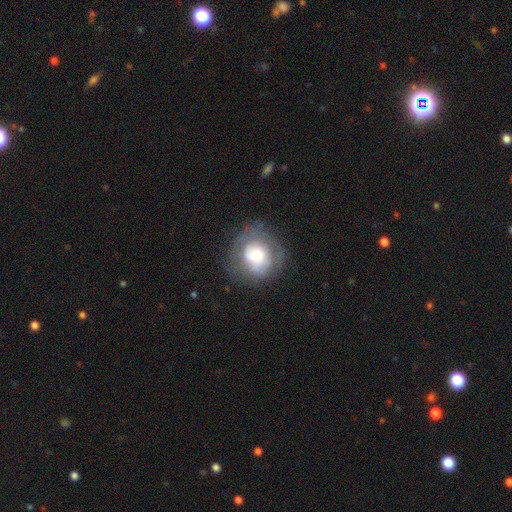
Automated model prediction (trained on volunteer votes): smooth_or_featured: smooth (p=0.55) [alt: featured or disk p=0.36]
how_rounded: round (p=0.81) [alt: in between p=0.18]
merging: none (p=0.63) [alt: minor disturbance p=0.21]